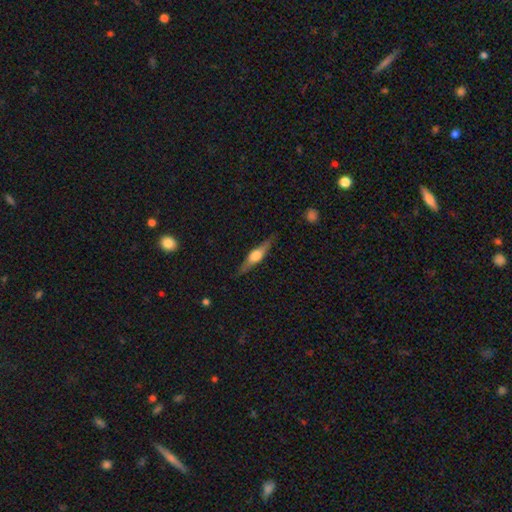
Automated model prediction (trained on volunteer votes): This appears to be a featured or disk galaxy (65%) viewed edge-on (96%) with a rounded central bulge (90%). Merging: none (87%).